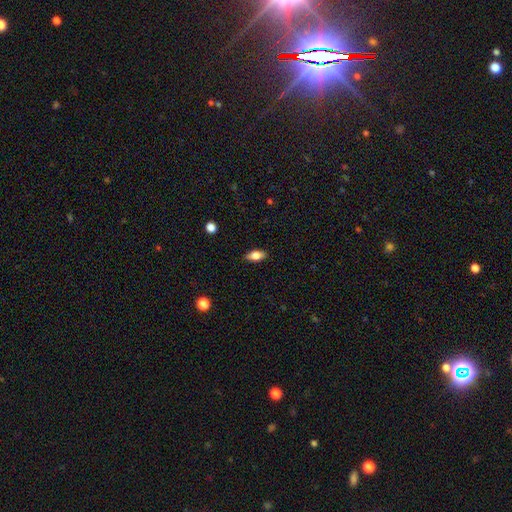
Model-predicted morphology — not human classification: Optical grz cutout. It shows a smooth galaxy with no disk features (79%) that is in between round and cigar-shaped (87%). Merging: none (88%).